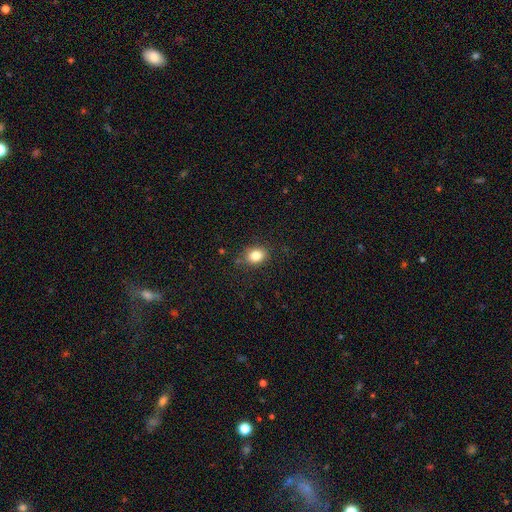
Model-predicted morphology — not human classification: Smooth or featured?
  - smooth: 83% *
  - star or artifact: 11%
  - featured or disk: 6%
How rounded?
  - in between: 53% *
  - round: 46%
  - cigar-shaped: 1%
Merging?
  - none: 83% *
  - minor disturbance: 12%
  - major disturbance: 3%
  - merger: 2%